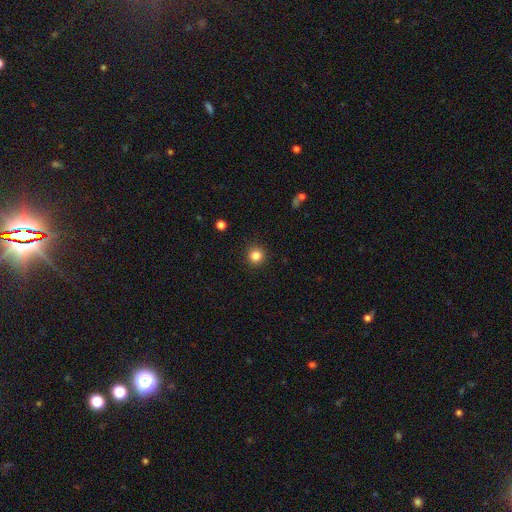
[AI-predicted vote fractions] A smooth galaxy with no disk features (83%) that is round (95%). Merging: none (92%).